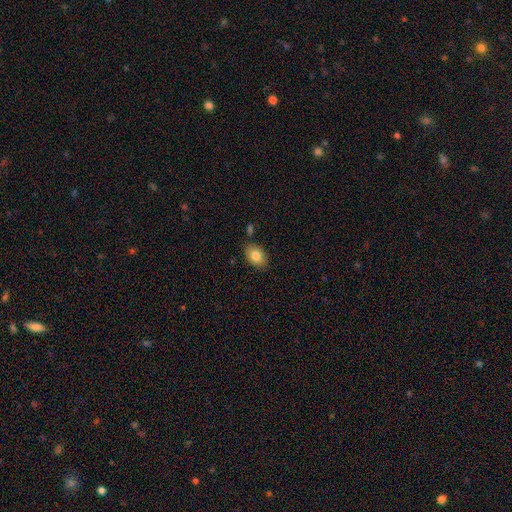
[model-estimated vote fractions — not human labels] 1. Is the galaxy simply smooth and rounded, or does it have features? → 82% smooth, 10% featured or disk, 8% star or artifact.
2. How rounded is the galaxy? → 79% in between, 20% round, 1% cigar-shaped.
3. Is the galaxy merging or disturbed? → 82% none, 12% minor disturbance, 3% merger, 3% major disturbance.